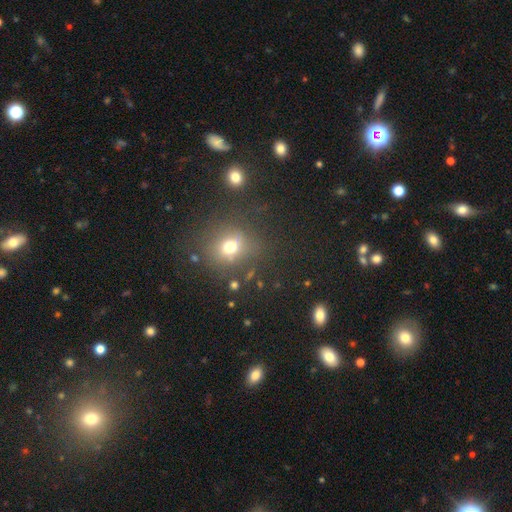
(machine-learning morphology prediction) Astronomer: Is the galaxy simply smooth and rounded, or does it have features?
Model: smooth — 53% (runner-up: star or artifact, 40%).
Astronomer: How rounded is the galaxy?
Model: round — 86%.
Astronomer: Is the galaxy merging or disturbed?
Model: none — 86%.